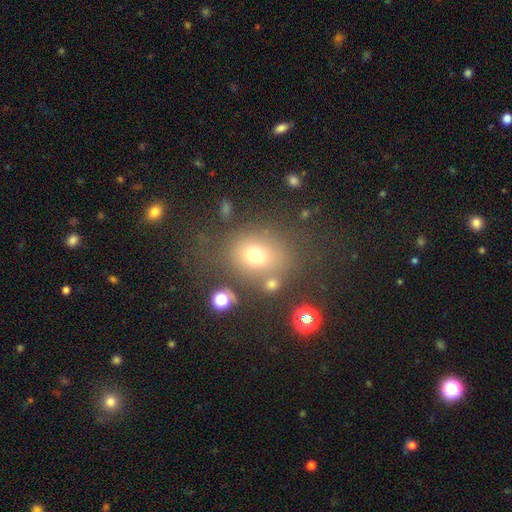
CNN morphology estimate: Smooth or featured: smooth — 68% (star or artifact — 18%)
How rounded: round — 59% (in between — 40%)
Merging: none — 67% (minor disturbance — 15%)